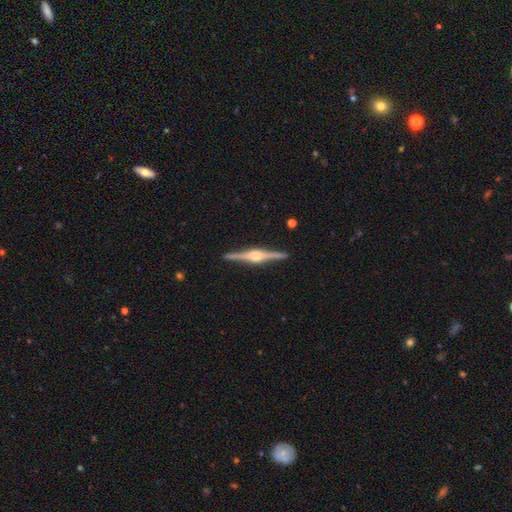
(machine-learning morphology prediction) A featured or disk galaxy (89%) viewed edge-on (99%) with a rounded central bulge (90%). Merging: none (92%).